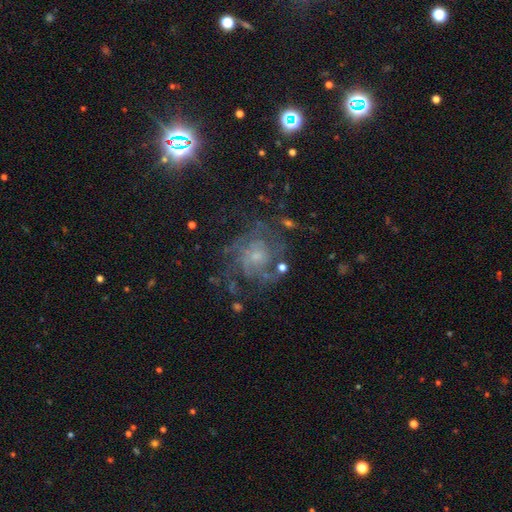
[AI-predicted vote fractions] Overall: featured or disk (71%). Edge-on disk: no (97%). Bar: no (78%). Spiral arms: yes (81%). Spiral arm count: can't tell (46%; 3 15%). Spiral winding: tight (48%; medium 37%). Bulge size: small (57%; moderate 30%). Merging: none (61%).